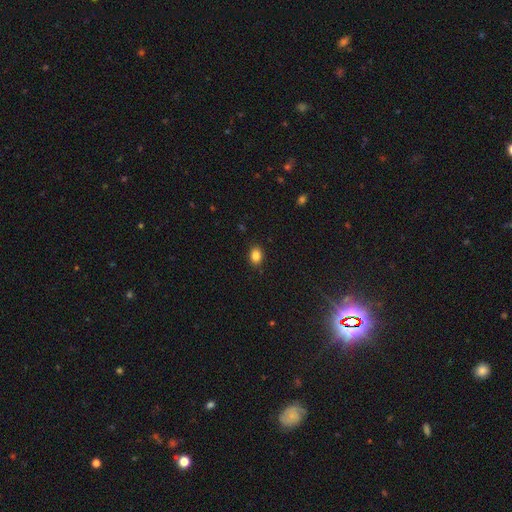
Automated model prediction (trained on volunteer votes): smooth-or-featured: smooth: 85% | star or artifact: 10% | featured or disk: 4%
  how-rounded: in between: 60% | round: 39% | cigar-shaped: 1%
  merging: none: 88% | minor disturbance: 8% | major disturbance: 2% | merger: 1%